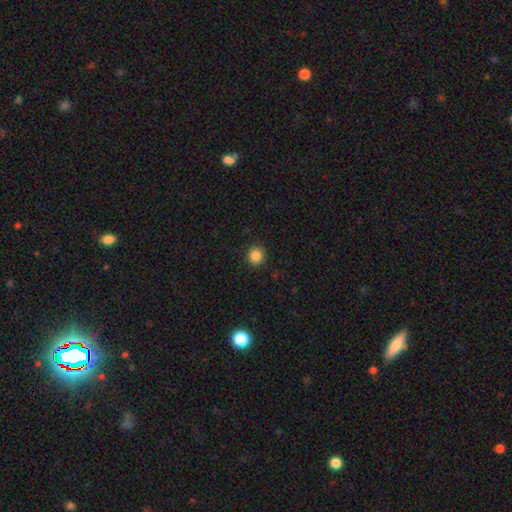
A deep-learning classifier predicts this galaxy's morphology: The model was most divided on "smooth or featured": smooth: 85%, star or artifact: 11%, featured or disk: 4%. More confident: how rounded — round (92%); merging — none (91%).